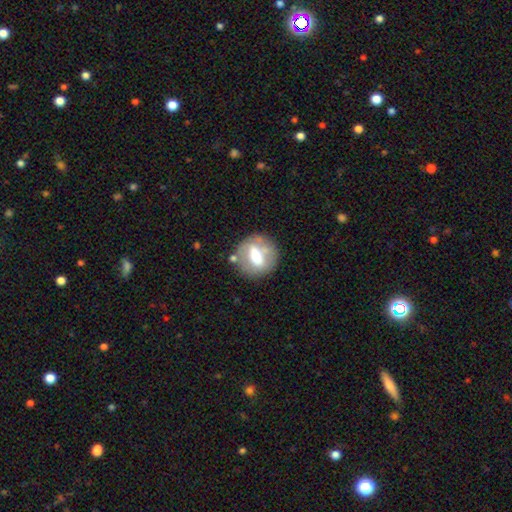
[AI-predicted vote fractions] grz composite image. It shows a featured or disk galaxy (47%). Merging: none (65%).